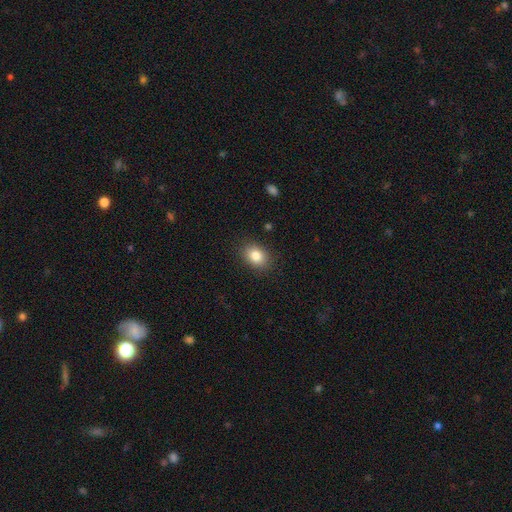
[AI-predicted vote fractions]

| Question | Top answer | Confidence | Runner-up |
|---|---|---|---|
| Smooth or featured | smooth | 84% | star or artifact (9%) |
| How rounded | in between | 68% | round (31%) |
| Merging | none | 88% | minor disturbance (9%) |